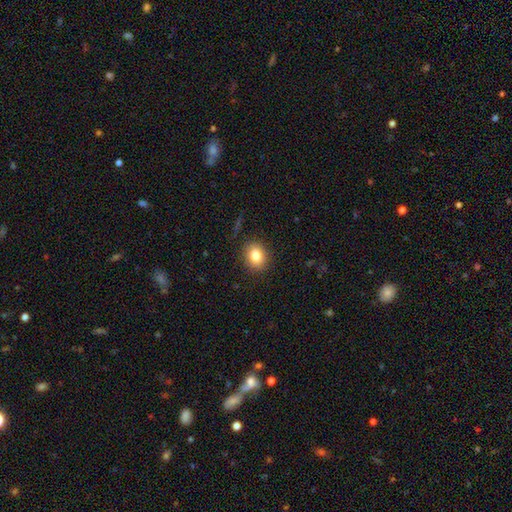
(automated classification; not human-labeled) smooth_or_featured: smooth (p=0.82) [alt: star or artifact p=0.10]
how_rounded: round (p=0.56) [alt: in between p=0.43]
merging: none (p=0.88) [alt: minor disturbance p=0.08]